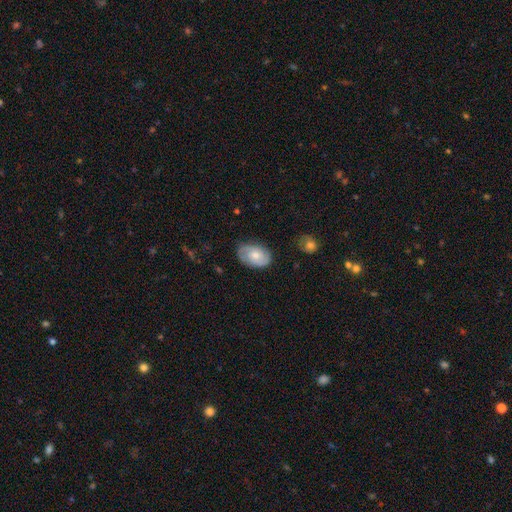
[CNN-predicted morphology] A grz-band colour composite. It shows a featured or disk galaxy (58%) with no bar (74%), spiral arms (86%) and a moderate central bulge (57%). Merging: none (73%).